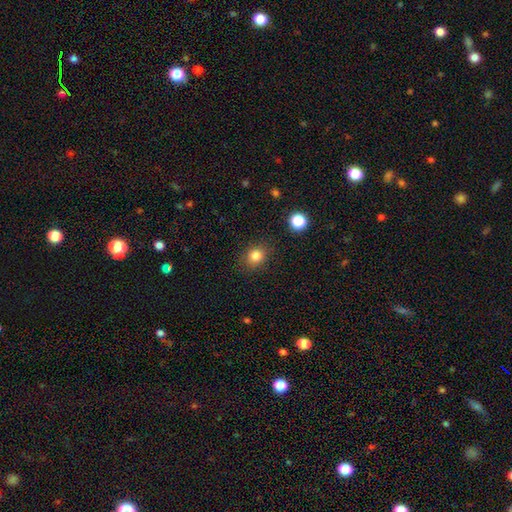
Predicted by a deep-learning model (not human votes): This is clearly a smooth galaxy (82%). How rounded: likely round (67%). Merging: clearly none (84%).